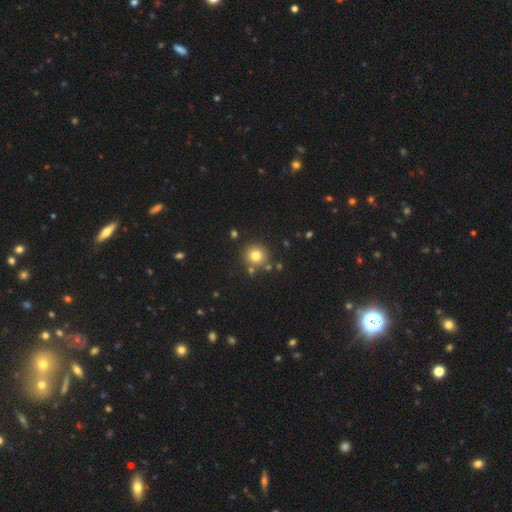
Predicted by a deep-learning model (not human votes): Smooth or featured? smooth (78%)
How rounded? round (90%)
Merging? none (82%)